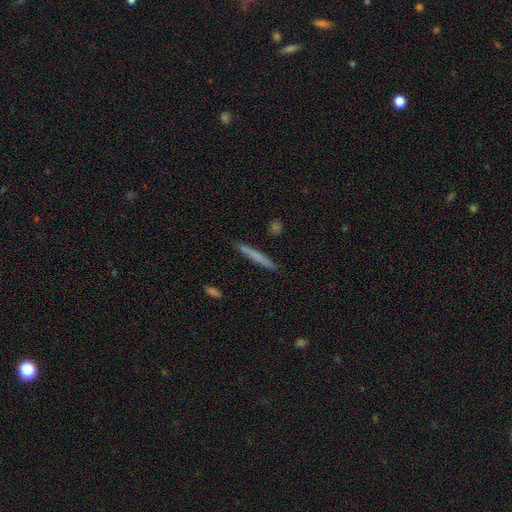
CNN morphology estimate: Smooth or featured? smooth (68%)
How rounded? cigar-shaped (96%)
Merging? none (90%)